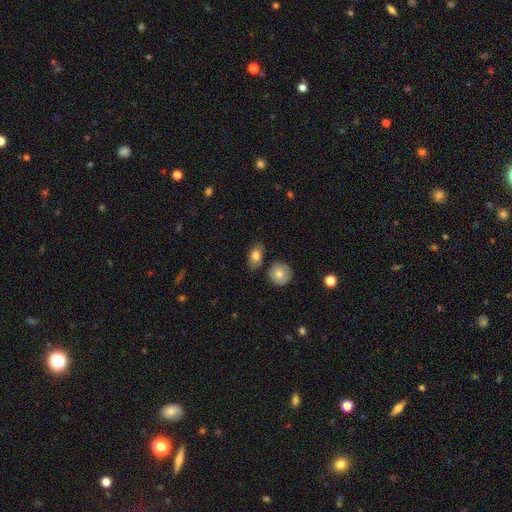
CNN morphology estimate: This appears to be a smooth galaxy with no disk features (79%) that is in between round and cigar-shaped (78%). Merging: none (73%).